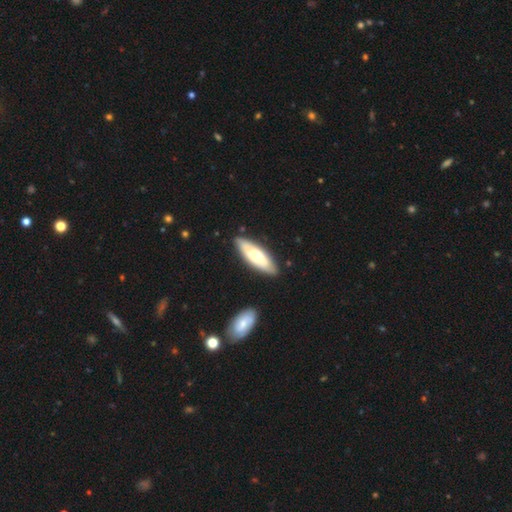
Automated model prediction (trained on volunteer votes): Smooth or featured? Predicted: smooth (p=0.56). How rounded? Predicted: in between (p=0.57). Merging? Predicted: none (p=0.85).